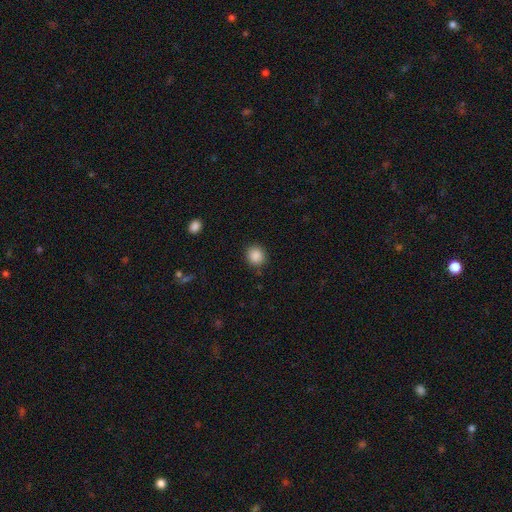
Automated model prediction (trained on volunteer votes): The model was most divided on "how rounded": round: 86%, in between: 13%, cigar-shaped: 1%. More confident: merging — none (89%); smooth or featured — smooth (88%).